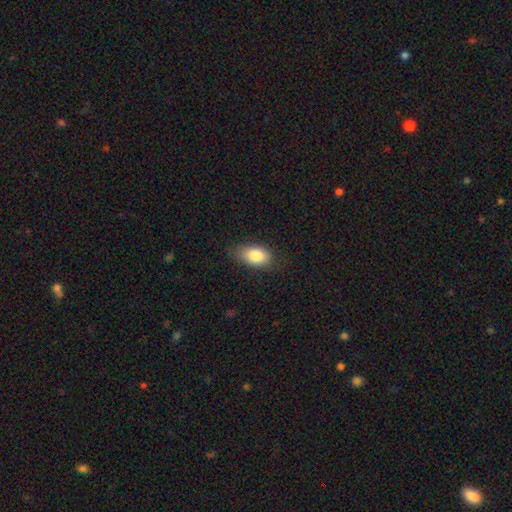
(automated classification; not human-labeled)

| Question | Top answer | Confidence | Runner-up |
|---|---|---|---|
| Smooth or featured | smooth | 83% | featured or disk (9%) |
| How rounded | in between | 89% | round (9%) |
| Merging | none | 76% | minor disturbance (19%) |